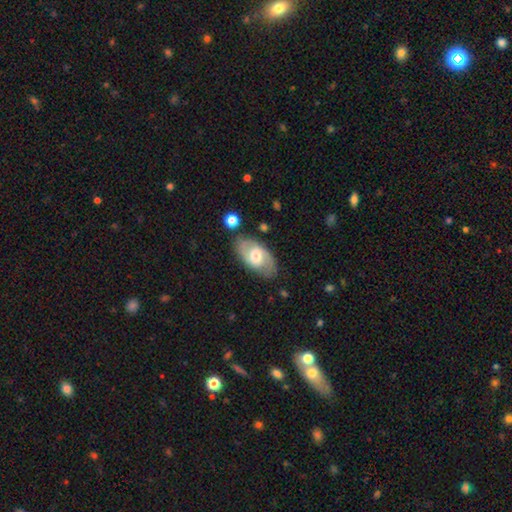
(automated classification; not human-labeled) smooth_or_featured: featured or disk (p=0.56) [alt: smooth p=0.38]
disk_edge_on: no (p=0.91) [alt: yes p=0.09]
bar: no (p=0.53) [alt: weak p=0.38]
has_spiral_arms: yes (p=0.74) [alt: no p=0.26]
bulge_size: moderate (p=0.67) [alt: large p=0.16]
merging: none (p=0.78) [alt: minor disturbance p=0.15]